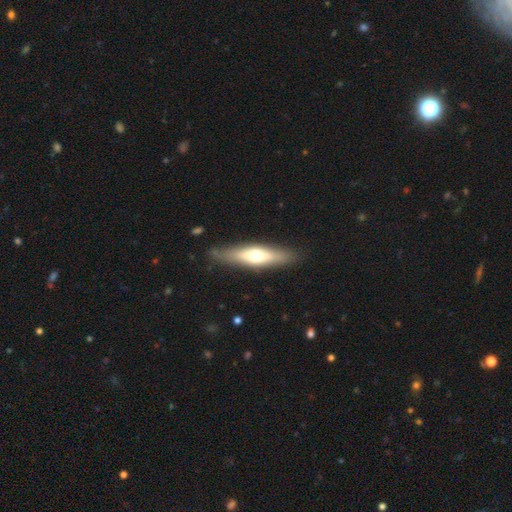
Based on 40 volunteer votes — Smooth or featured? 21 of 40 (52%) said featured or disk. Edge-on disk? 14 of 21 (67%) said yes. Edge-on bulge? 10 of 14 (71%) said rounded. Merging? 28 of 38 (74%) said none.